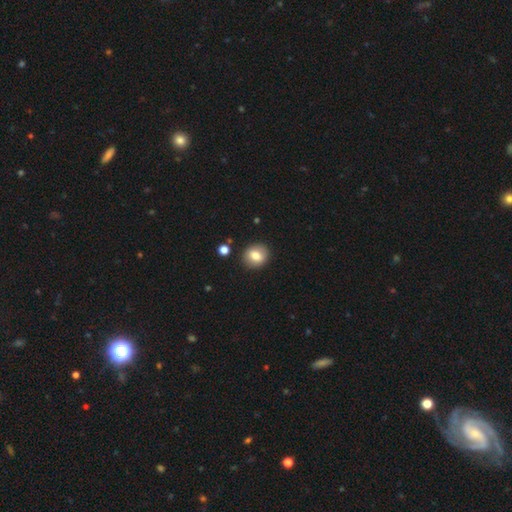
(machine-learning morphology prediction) A smooth galaxy with no disk features (77%) that is round (77%). Merging: none (88%).